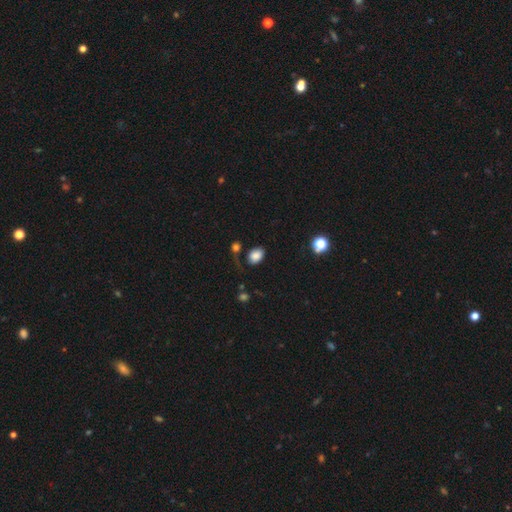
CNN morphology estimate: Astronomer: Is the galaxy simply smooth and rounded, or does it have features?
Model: smooth — 83%.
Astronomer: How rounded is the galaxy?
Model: in between — 74%.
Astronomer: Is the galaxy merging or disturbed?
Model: none — 71%.